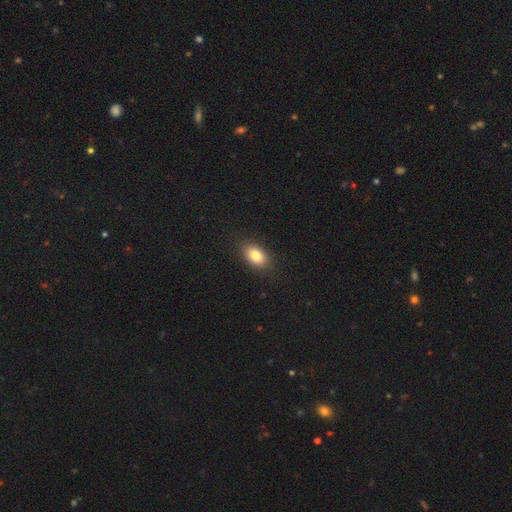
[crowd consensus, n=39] smooth-or-featured: smooth: 72% | featured or disk: 21% | star or artifact: 8%
  how-rounded: in between: 93% | round: 4% | cigar-shaped: 4%
  merging: none: 83% | minor disturbance: 14% | merger: 3% | major disturbance: 0%